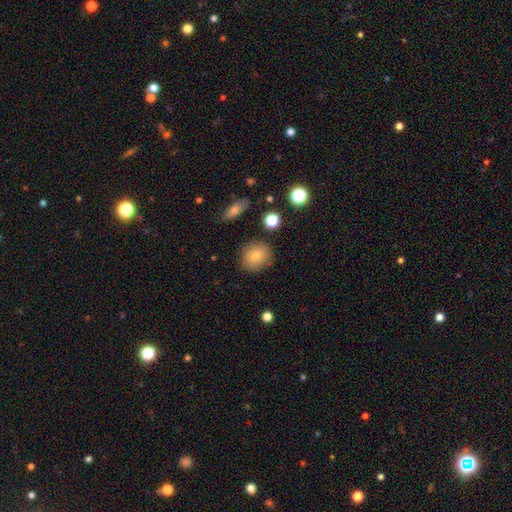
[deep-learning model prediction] Morphology: type=smooth (83%); roundness=round (73%); merging=none (83%).